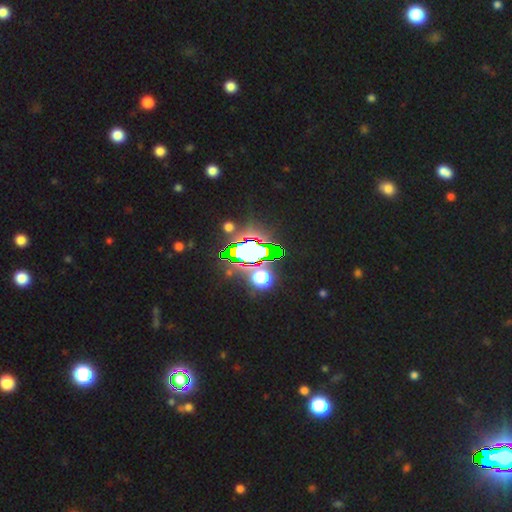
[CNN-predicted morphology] Smooth or featured: star or artifact — 73% (smooth — 15%)